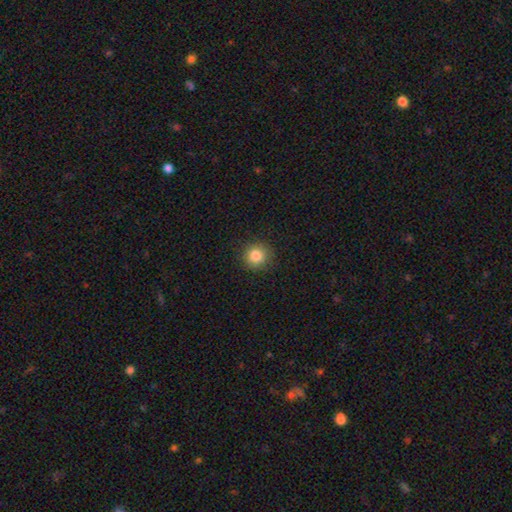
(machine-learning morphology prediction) Smooth or featured?
  - smooth: 84% *
  - star or artifact: 11%
  - featured or disk: 5%
How rounded?
  - round: 92% *
  - in between: 7%
  - cigar-shaped: 1%
Merging?
  - none: 89% *
  - minor disturbance: 7%
  - major disturbance: 2%
  - merger: 1%